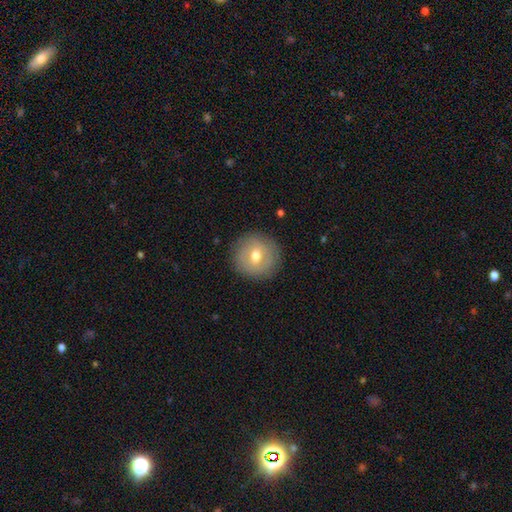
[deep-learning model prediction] Smooth or featured?
  - smooth: 61% *
  - featured or disk: 30%
  - star or artifact: 8%
How rounded?
  - round: 92% *
  - in between: 7%
  - cigar-shaped: 1%
Merging?
  - none: 87% *
  - minor disturbance: 9%
  - major disturbance: 3%
  - merger: 1%